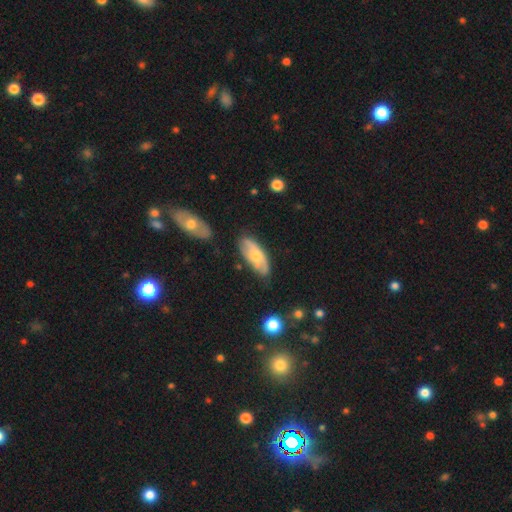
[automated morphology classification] This is possibly a featured or disk galaxy (48%). Merging: likely none (68%).